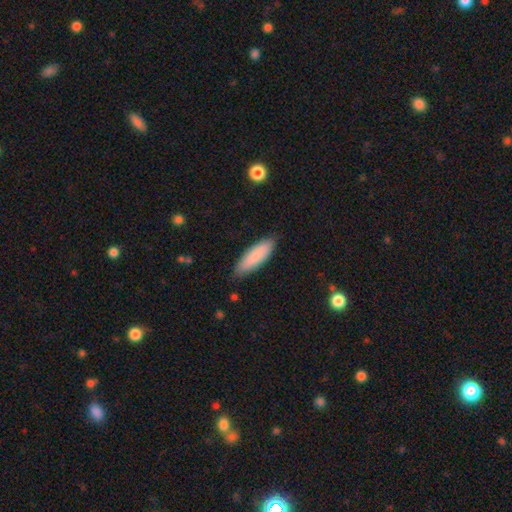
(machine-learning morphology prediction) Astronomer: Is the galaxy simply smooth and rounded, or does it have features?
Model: smooth — 85%.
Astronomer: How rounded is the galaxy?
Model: in between — 49%, tied with cigar-shaped at 49%.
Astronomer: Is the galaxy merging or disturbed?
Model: none — 85%.